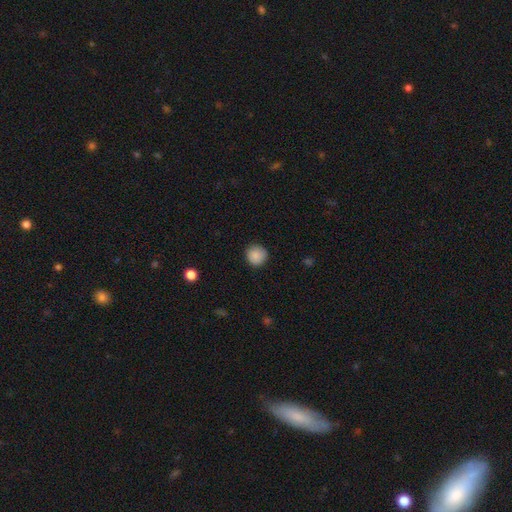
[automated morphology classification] Smooth or featured?
  - smooth: 88% *
  - star or artifact: 9%
  - featured or disk: 4%
How rounded?
  - round: 94% *
  - in between: 5%
  - cigar-shaped: 1%
Merging?
  - none: 89% *
  - minor disturbance: 8%
  - major disturbance: 2%
  - merger: 1%